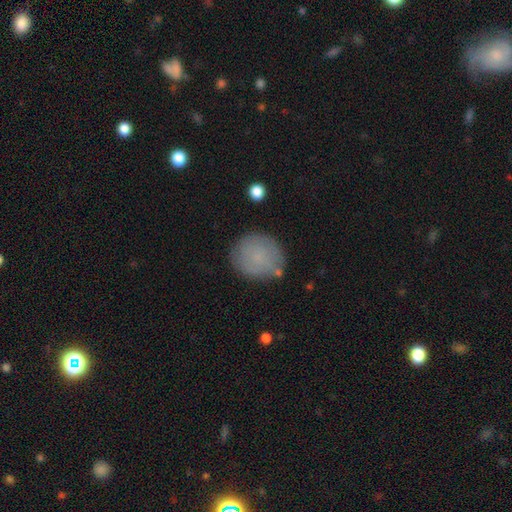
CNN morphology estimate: type=smooth (73%); roundness=round (85%); merging=none (79%).